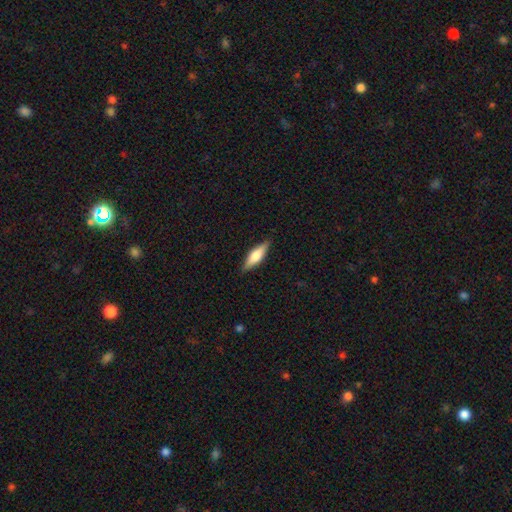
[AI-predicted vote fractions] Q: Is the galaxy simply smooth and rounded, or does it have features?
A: smooth — 60%.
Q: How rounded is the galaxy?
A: cigar-shaped — 51%.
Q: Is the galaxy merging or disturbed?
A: none — 87%.